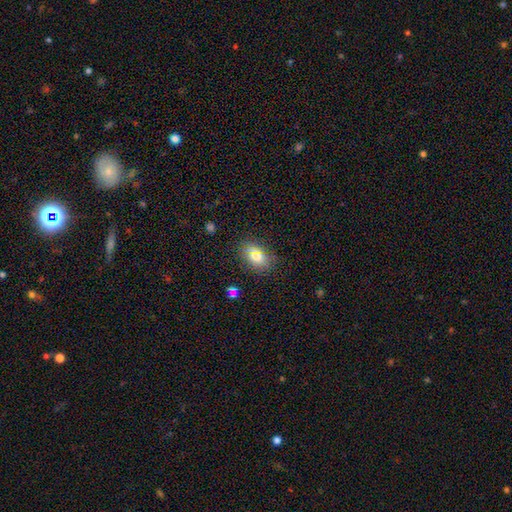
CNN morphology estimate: Overall: smooth (72%). How rounded: in between (73%). Merging: none (84%).